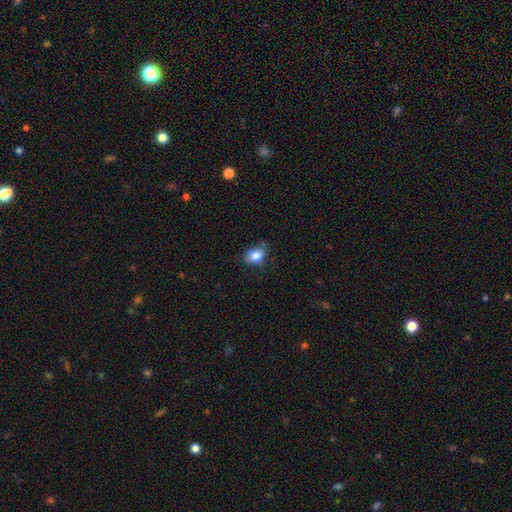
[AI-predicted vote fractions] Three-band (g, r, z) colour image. It shows a smooth galaxy with no disk features (83%) that is in between round and cigar-shaped (66%). Merging: none (63%).